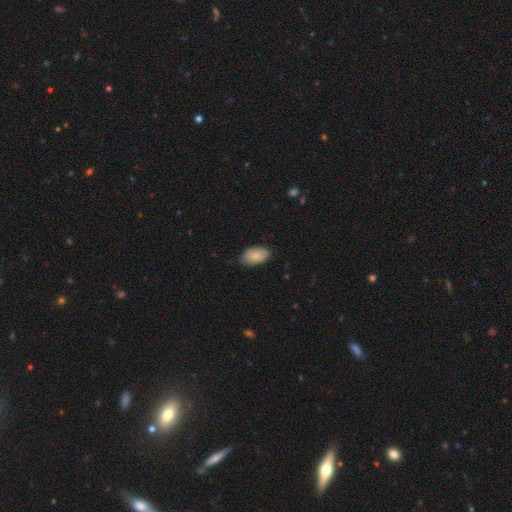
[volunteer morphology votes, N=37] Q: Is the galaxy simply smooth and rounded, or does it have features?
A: smooth — 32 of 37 (86%).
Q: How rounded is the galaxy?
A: in between — 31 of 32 (97%).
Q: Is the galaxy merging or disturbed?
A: none — 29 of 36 (81%).